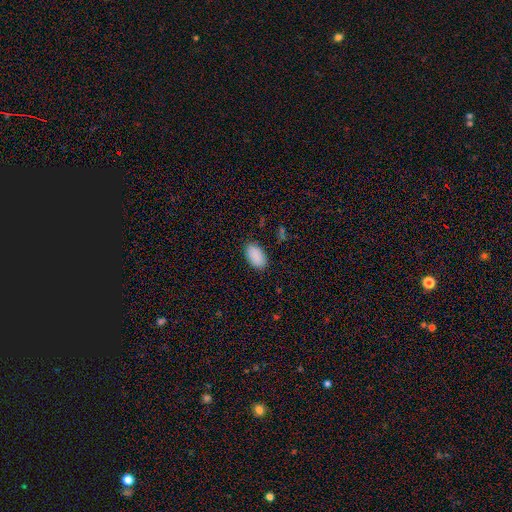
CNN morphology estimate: Smooth or featured: smooth — 90% (star or artifact — 7%)
How rounded: in between — 94% (round — 4%)
Merging: none — 86% (minor disturbance — 10%)